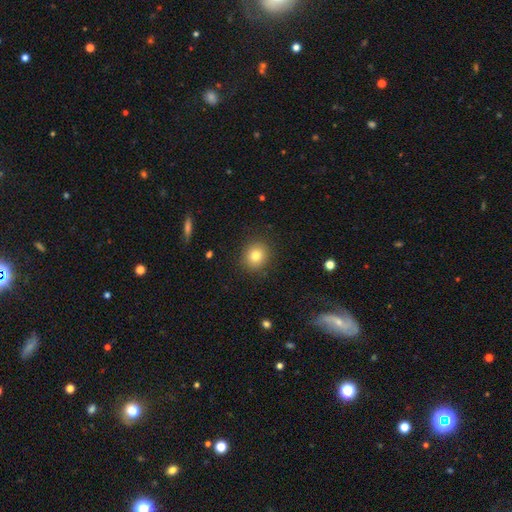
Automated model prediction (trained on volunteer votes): This is likely a smooth galaxy (80%). How rounded: clearly round (84%). Merging: clearly none (89%).